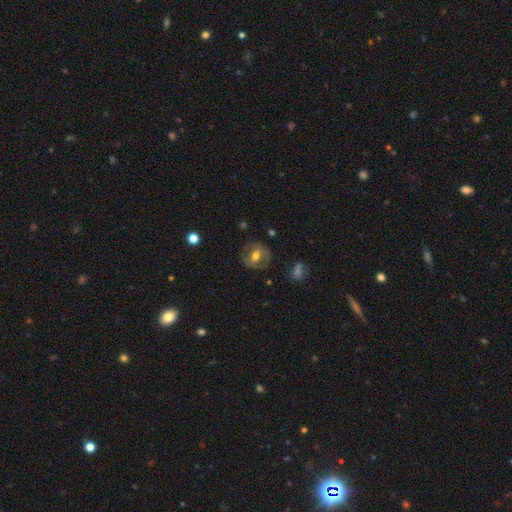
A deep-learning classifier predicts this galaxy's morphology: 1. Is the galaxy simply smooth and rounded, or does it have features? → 46% featured or disk (tied), 46% smooth (tied), 8% star or artifact.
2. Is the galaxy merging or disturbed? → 79% none, 14% minor disturbance, 6% major disturbance, 2% merger.